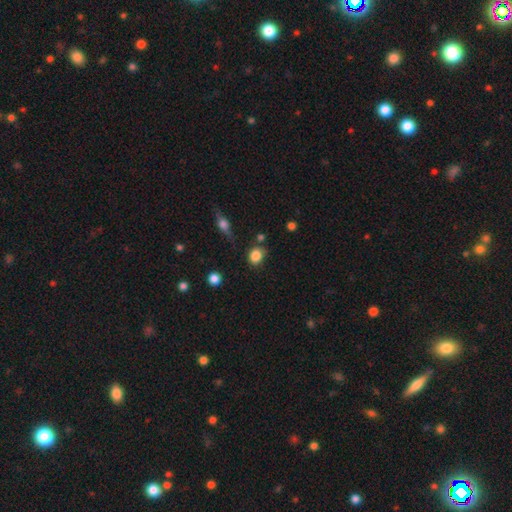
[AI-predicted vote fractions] This is clearly a smooth galaxy (85%). How rounded: likely round (63%). Merging: likely none (75%).